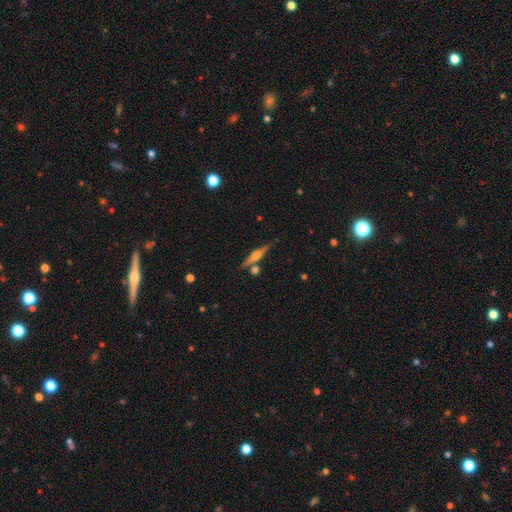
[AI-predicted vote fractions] Q: Smooth or featured?
A: featured or disk (69%); runner-up: smooth (24%)
Q: Edge-on disk?
A: yes (97%); runner-up: no (3%)
Q: Edge-on bulge?
A: rounded (83%); runner-up: boxy (11%)
Q: Merging?
A: none (80%); runner-up: minor disturbance (9%)